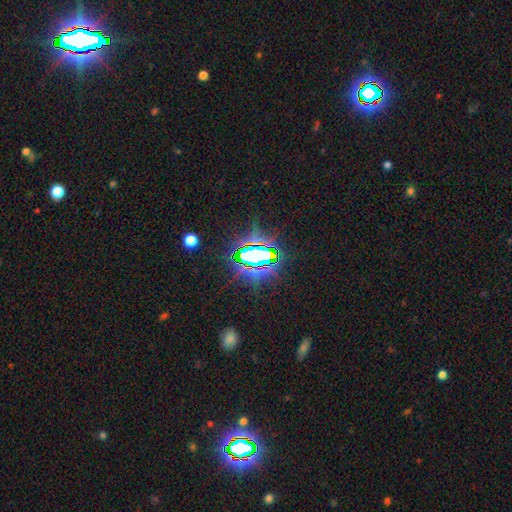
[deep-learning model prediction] A star or artifact, not a galaxy (72%).

Vote fractions:
- Smooth or featured? star or artifact: 72% / smooth: 16% / featured or disk: 12%